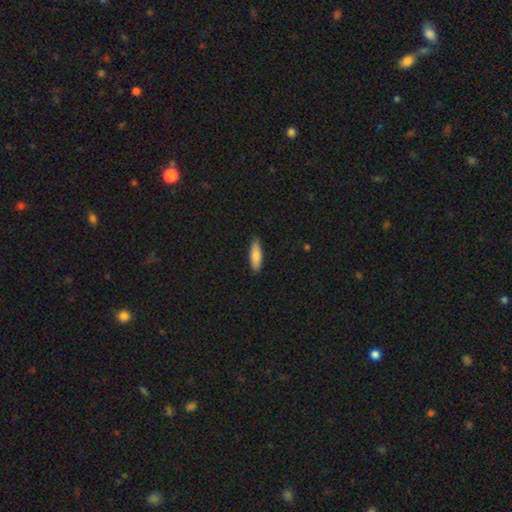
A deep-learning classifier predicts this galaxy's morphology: Q: Smooth or featured?
A: smooth (82%); runner-up: featured or disk (12%)
Q: How rounded?
A: cigar-shaped (53%); runner-up: in between (46%)
Q: Merging?
A: none (88%); runner-up: minor disturbance (9%)